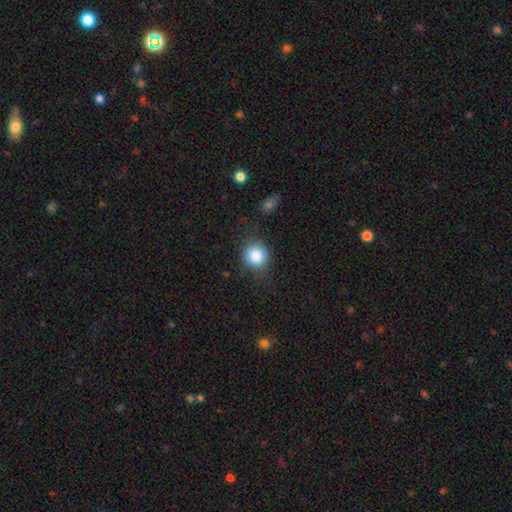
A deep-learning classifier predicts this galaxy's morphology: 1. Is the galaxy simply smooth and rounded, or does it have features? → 84% smooth, 9% star or artifact, 6% featured or disk.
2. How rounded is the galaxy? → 85% round, 14% in between, 1% cigar-shaped.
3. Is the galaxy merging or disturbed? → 78% none, 14% minor disturbance, 5% major disturbance, 3% merger.